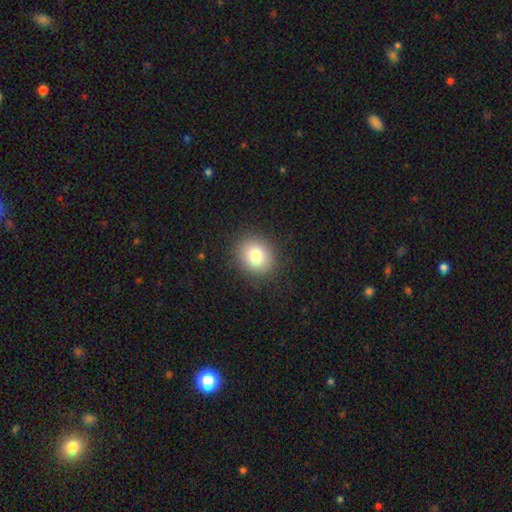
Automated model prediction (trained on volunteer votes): smooth_or_featured: smooth (p=0.80) [alt: star or artifact p=0.11]
how_rounded: round (p=0.72) [alt: in between p=0.28]
merging: none (p=0.89) [alt: minor disturbance p=0.07]